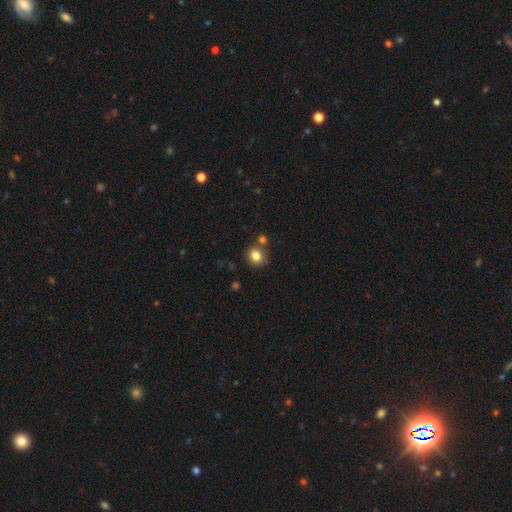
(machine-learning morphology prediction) smooth_or_featured: smooth (p=0.82) [alt: star or artifact p=0.11]
how_rounded: round (p=0.82) [alt: in between p=0.17]
merging: none (p=0.75) [alt: merger p=0.12]